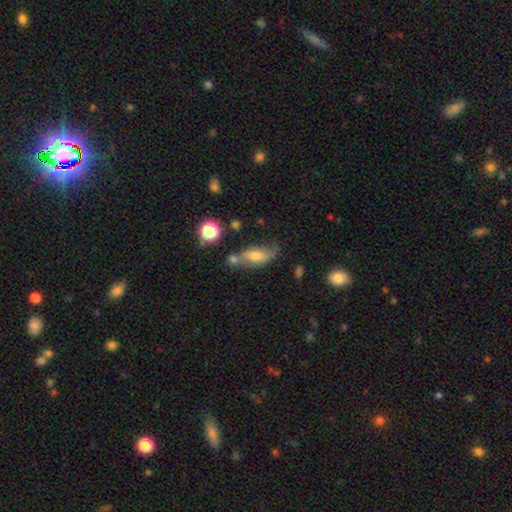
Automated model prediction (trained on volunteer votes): The model was most divided on "smooth or featured": featured or disk: 47%, smooth: 42%, star or artifact: 11%. Remaining: merging — none (45%).